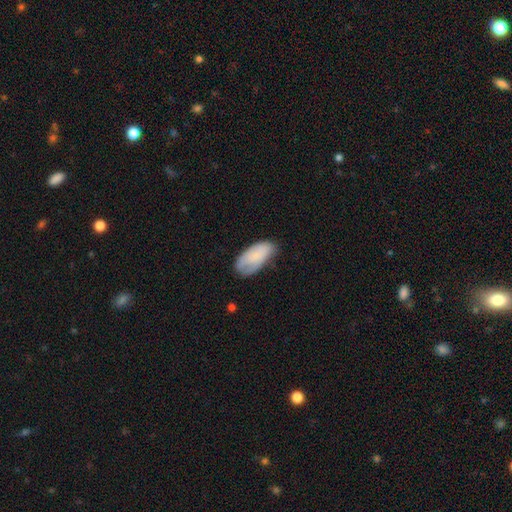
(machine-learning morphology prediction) The model was most divided on "merging": none: 58%, minor disturbance: 31%, major disturbance: 9%, merger: 2%. More confident: how rounded — in between (93%); smooth or featured — smooth (76%).